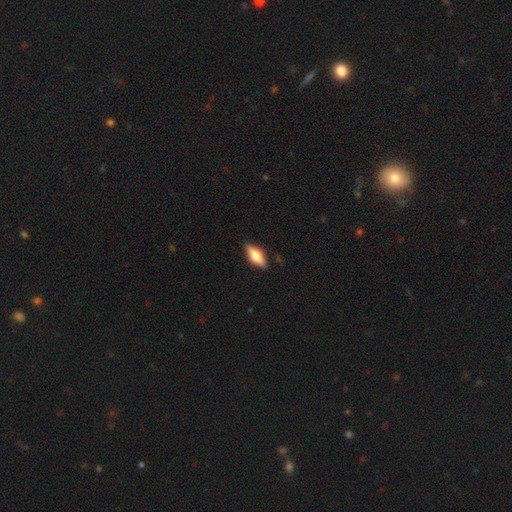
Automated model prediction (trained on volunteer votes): smooth 64%, featured or disk 30%, star or artifact 6%. Down the decision tree: how rounded — in between (77%); merging — none (87%).